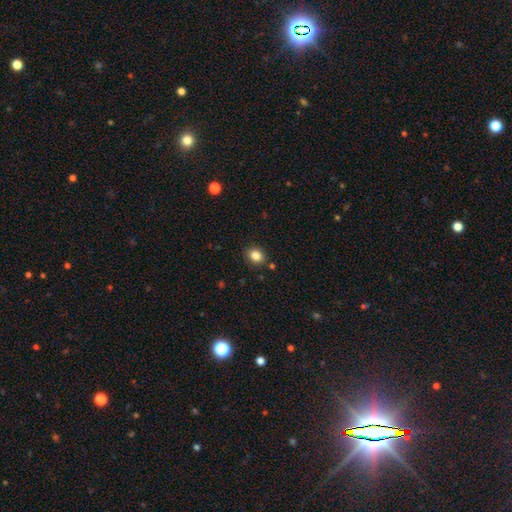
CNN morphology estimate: Smooth or featured? Predicted: smooth (p=0.85). How rounded? Predicted: round (p=0.54). Merging? Predicted: none (p=0.86).